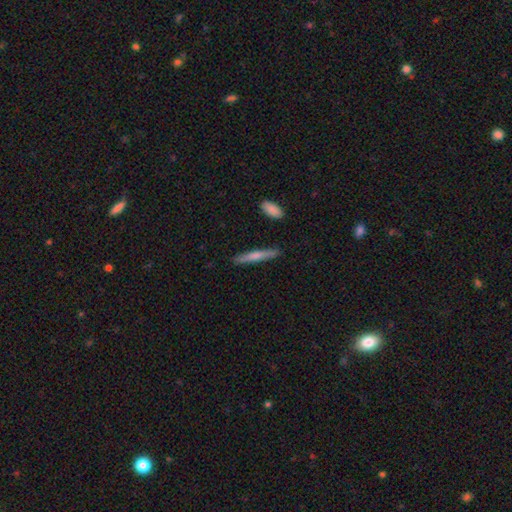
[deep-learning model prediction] Overall: smooth (65%; featured or disk 30%). How rounded: cigar-shaped (93%). Merging: none (88%).